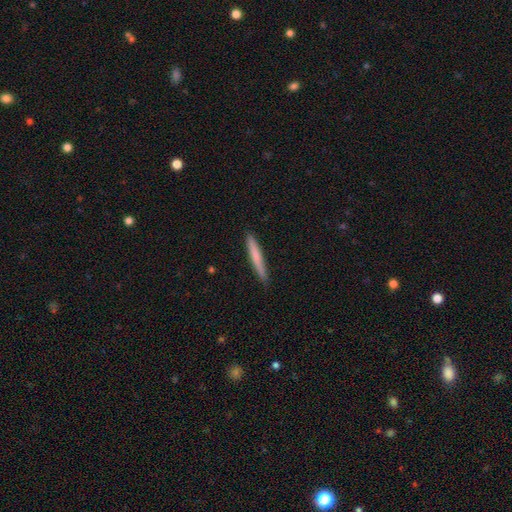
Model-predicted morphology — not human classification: Smooth or featured?
  - smooth: 69% *
  - featured or disk: 26%
  - star or artifact: 5%
How rounded?
  - cigar-shaped: 96% *
  - in between: 3%
  - round: 1%
Merging?
  - none: 90% *
  - minor disturbance: 8%
  - major disturbance: 1%
  - merger: 1%